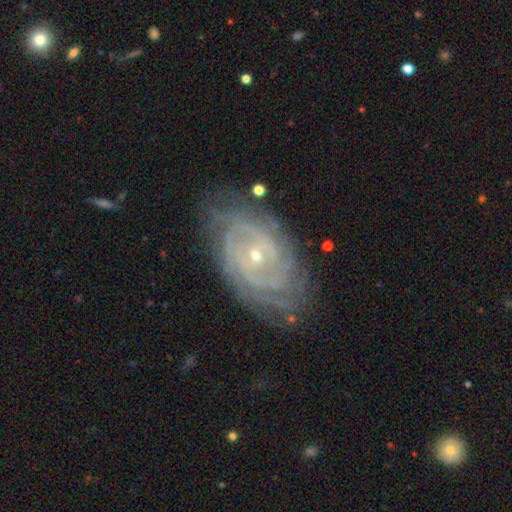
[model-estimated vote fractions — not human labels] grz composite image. It shows a featured or disk galaxy (90%) with no bar (67%), 2 (26%) tight (80%) spiral arms (98%) and a small central bulge (76%). Merging: none (76%).